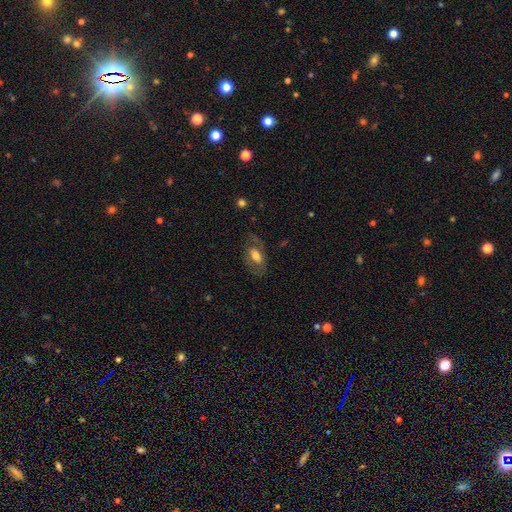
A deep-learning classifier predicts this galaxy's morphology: Smooth or featured? smooth (49%)
Merging? none (63%)